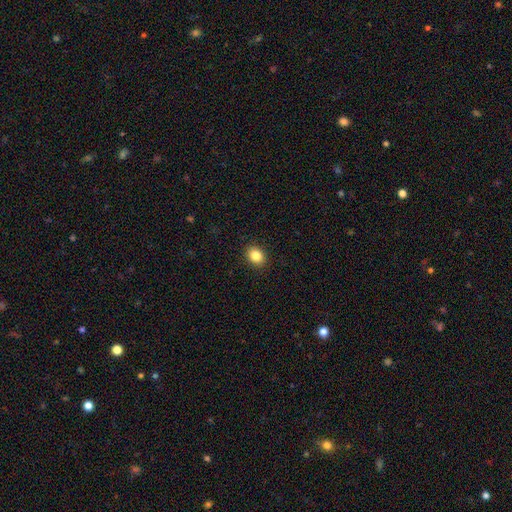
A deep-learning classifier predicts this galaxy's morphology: A smooth galaxy with no disk features (84%) that is in between round and cigar-shaped (50%). Merging: none (91%).